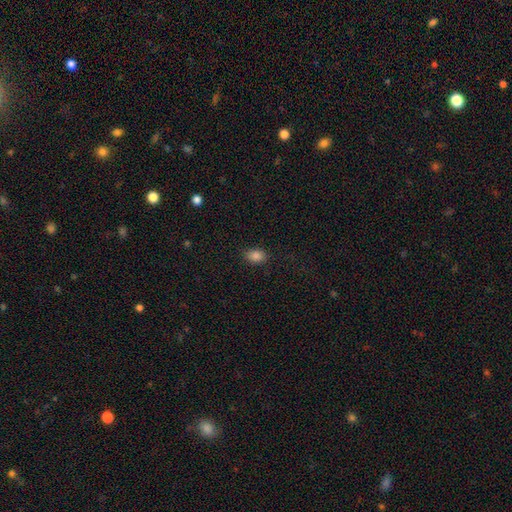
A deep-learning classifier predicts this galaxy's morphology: Smooth or featured? smooth (85%)
How rounded? in between (78%)
Merging? none (86%)